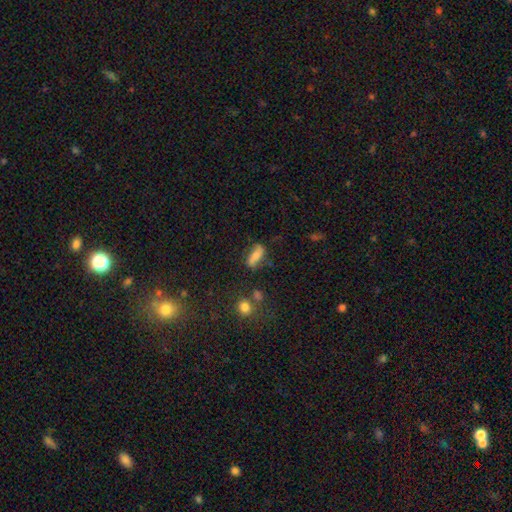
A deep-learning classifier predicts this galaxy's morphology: Smooth or featured? Predicted: smooth (p=0.54). How rounded? Predicted: in between (p=0.71). Merging? Predicted: none (p=0.66).